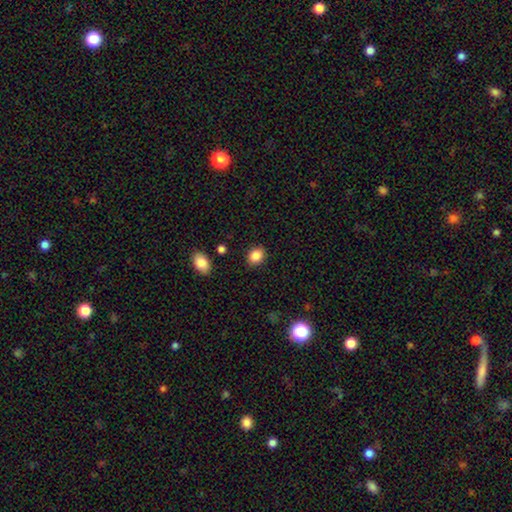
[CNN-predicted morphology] Overall: smooth (86%). How rounded: in between (54%; round 46%). Merging: none (87%).